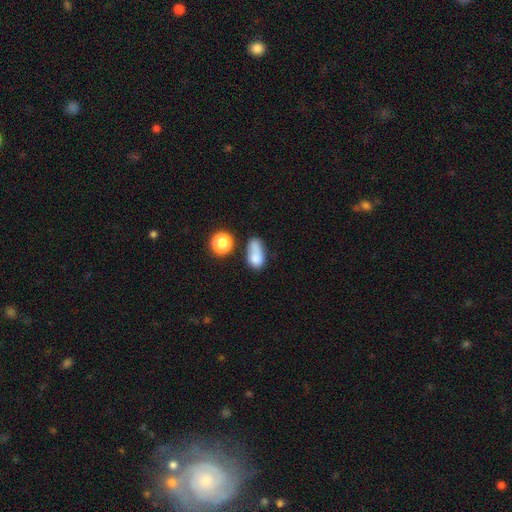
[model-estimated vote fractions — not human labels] Morphology: type=smooth (75%); roundness=in between (79%); merging=merger (33%).